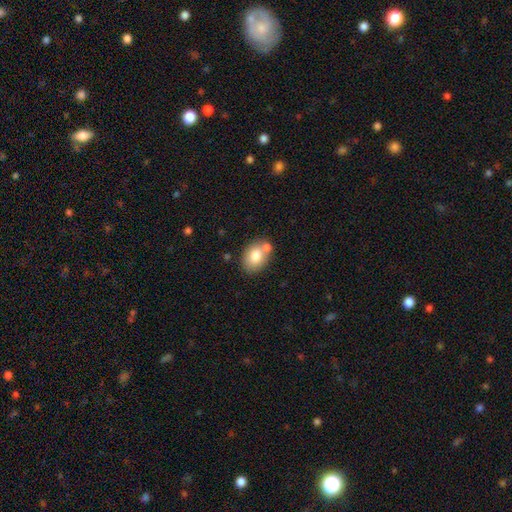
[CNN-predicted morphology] Smooth or featured? Predicted: smooth (p=0.77). How rounded? Predicted: in between (p=0.71). Merging? Predicted: none (p=0.59).